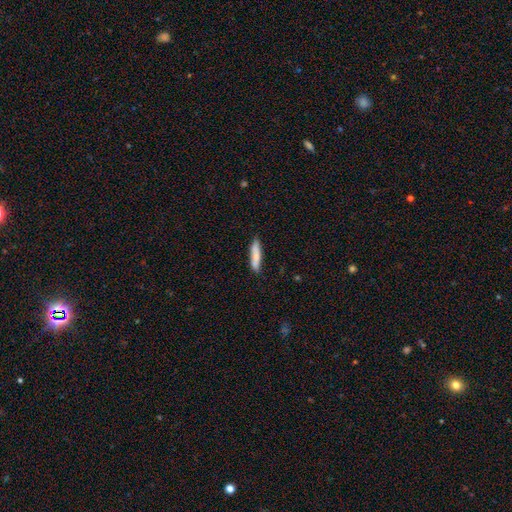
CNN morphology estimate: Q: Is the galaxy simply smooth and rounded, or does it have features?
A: smooth — 79%.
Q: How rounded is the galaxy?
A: cigar-shaped — 83%.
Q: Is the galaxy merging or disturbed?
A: none — 81%.